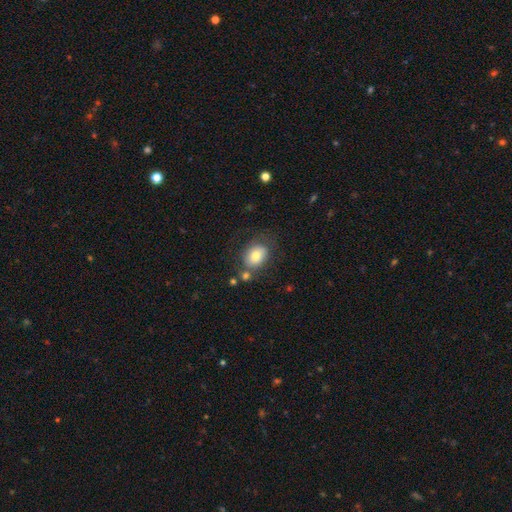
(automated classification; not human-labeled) This appears to be a smooth galaxy with no disk features (76%) that is in between round and cigar-shaped (66%). Merging: none (63%).